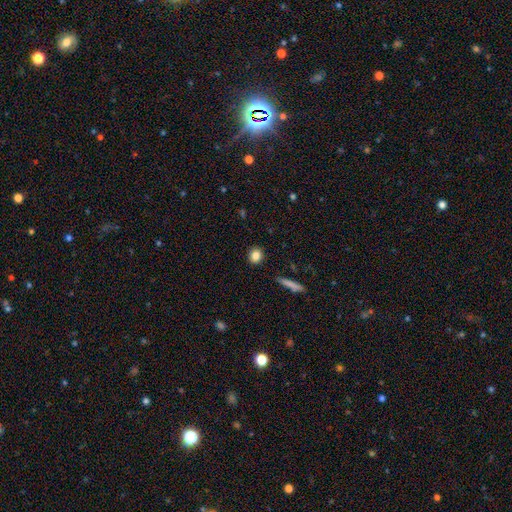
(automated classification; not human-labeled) Smooth or featured?
  - smooth: 84% *
  - star or artifact: 9%
  - featured or disk: 7%
How rounded?
  - round: 74% *
  - in between: 24%
  - cigar-shaped: 3%
Merging?
  - none: 90% *
  - minor disturbance: 6%
  - major disturbance: 2%
  - merger: 1%